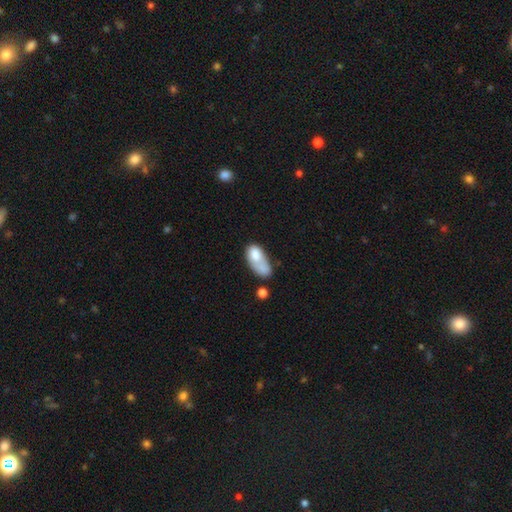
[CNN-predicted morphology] smooth 69%, featured or disk 22%, star or artifact 8%. Down the decision tree: how rounded — in between (86%); merging — merger (38%).